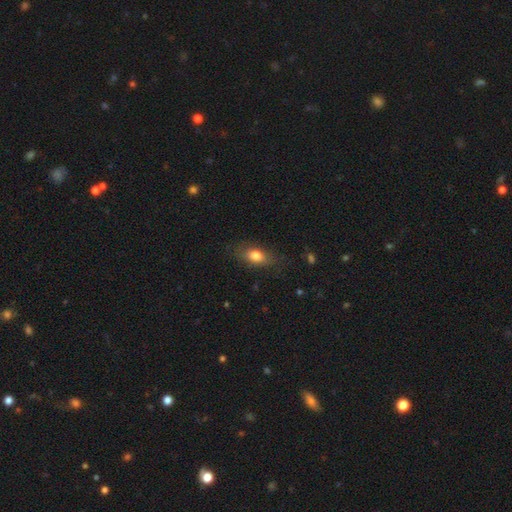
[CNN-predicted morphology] Smooth or featured: smooth — 78% (featured or disk — 14%)
How rounded: in between — 80% (cigar-shaped — 11%)
Merging: none — 77% (minor disturbance — 17%)